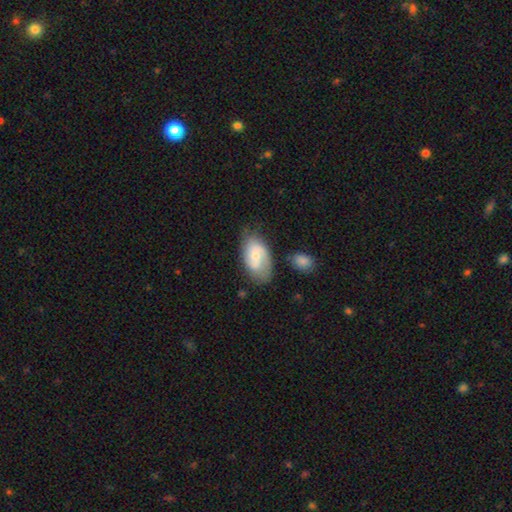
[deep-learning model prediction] Morphology: type=featured or disk (56%); edge-on=no (95%); bar=no (54%); spiral arms=yes (83%); bulge=small (60%); merging=none (65%).